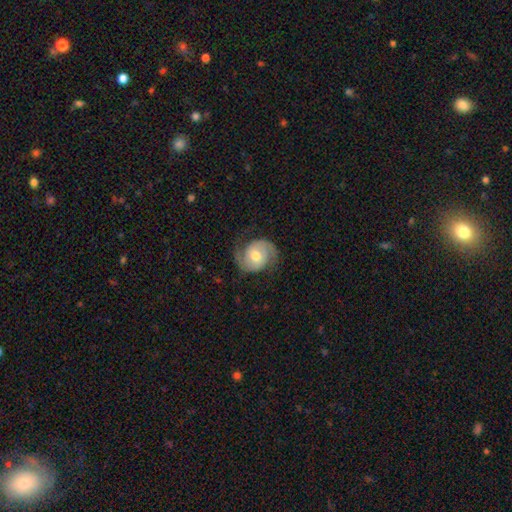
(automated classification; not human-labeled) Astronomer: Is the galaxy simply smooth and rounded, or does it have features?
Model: featured or disk — 84%.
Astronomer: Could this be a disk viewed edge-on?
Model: no — 98%.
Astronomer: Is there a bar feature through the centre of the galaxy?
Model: no — 62%.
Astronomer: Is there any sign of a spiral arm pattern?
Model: yes — 96%.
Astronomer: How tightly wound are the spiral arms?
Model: medium — 47% (runner-up: tight, 33%).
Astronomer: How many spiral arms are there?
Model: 2 — 92%.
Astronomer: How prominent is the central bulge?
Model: moderate — 72%.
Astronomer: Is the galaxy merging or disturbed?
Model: none — 76%.